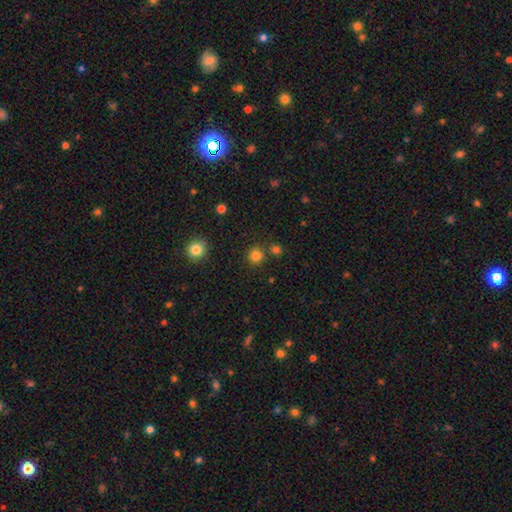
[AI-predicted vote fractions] smooth 80%, star or artifact 15%, featured or disk 5%. Down the decision tree: how rounded — round (90%); merging — none (79%).